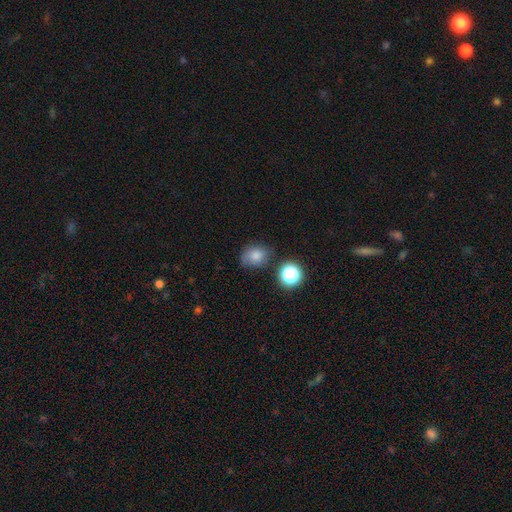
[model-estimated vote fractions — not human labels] This is likely a smooth galaxy (75%). How rounded: possibly round (50%). Merging: likely none (64%).